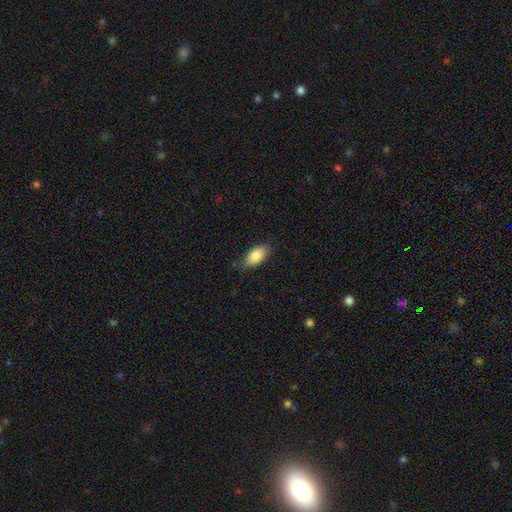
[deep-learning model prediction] Smooth or featured? Predicted: smooth (p=0.83). How rounded? Predicted: in between (p=0.93). Merging? Predicted: none (p=0.80).